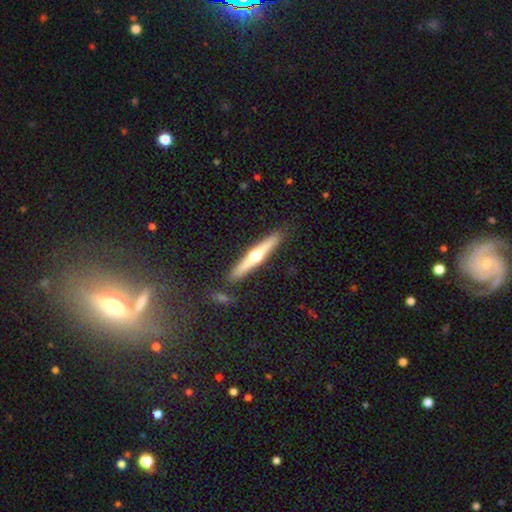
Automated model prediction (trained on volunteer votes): Morphology: type=featured or disk (64%); edge-on=yes (97%); edge-on bulge=rounded (94%); merging=none (87%).